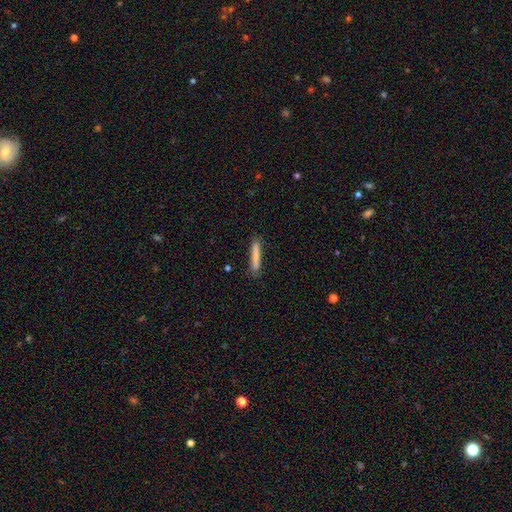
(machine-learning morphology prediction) A smooth galaxy with no disk features (79%) that is cigar-shaped (93%).

Vote fractions:
- Smooth or featured? smooth: 79% / featured or disk: 14% / star or artifact: 6%
- How rounded? cigar-shaped: 93% / in between: 5% / round: 1%
- Merging? none: 82% / minor disturbance: 13% / major disturbance: 3% / merger: 2%